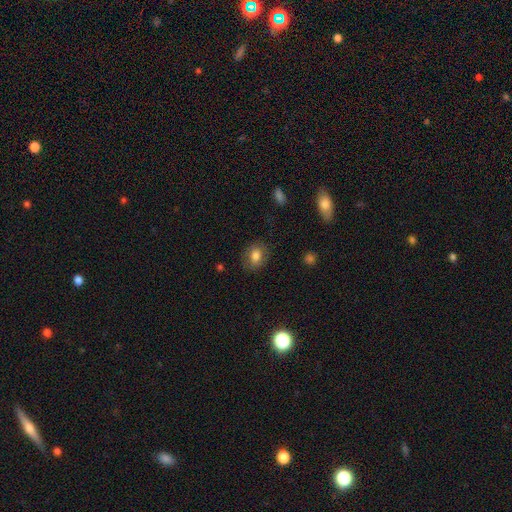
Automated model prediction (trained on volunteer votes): A smooth galaxy with no disk features (78%) that is in between round and cigar-shaped (55%).

Vote fractions:
- Smooth or featured? smooth: 78% / featured or disk: 13% / star or artifact: 10%
- How rounded? in between: 55% / round: 44% / cigar-shaped: 1%
- Merging? none: 81% / minor disturbance: 13% / major disturbance: 4% / merger: 1%